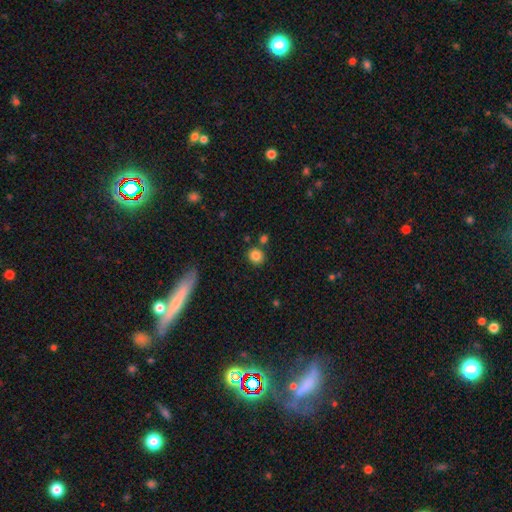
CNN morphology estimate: The model was most divided on "how rounded": round: 83%, in between: 16%, cigar-shaped: 1%. More confident: smooth or featured — smooth (84%); merging — none (79%).